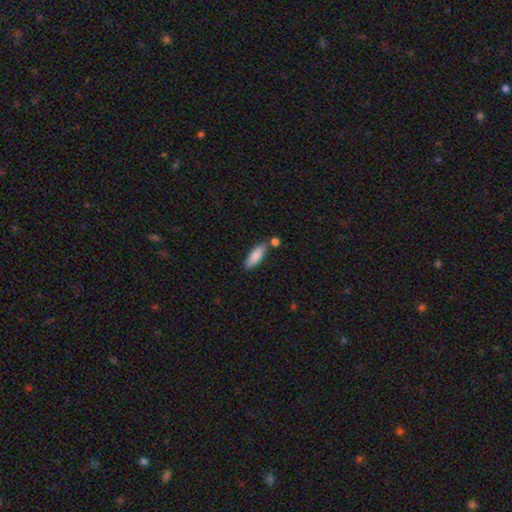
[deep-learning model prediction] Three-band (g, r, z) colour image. It shows a smooth galaxy with no disk features (85%) that is in between round and cigar-shaped (62%). Merging: none (70%).